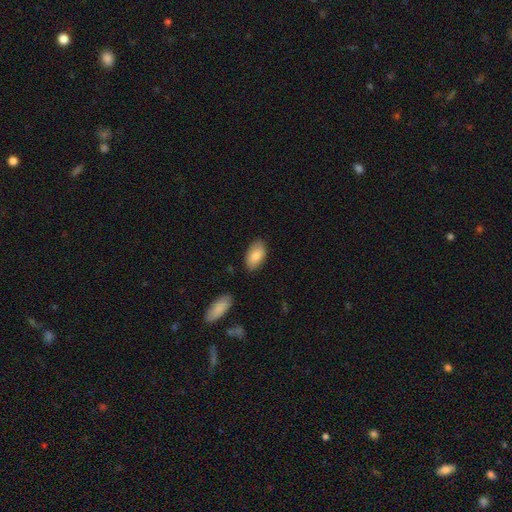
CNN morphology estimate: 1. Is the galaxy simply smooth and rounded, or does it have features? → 84% smooth, 10% featured or disk, 6% star or artifact.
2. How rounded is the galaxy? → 95% in between, 3% round, 2% cigar-shaped.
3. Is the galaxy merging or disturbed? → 82% none, 13% minor disturbance, 2% major disturbance, 2% merger.